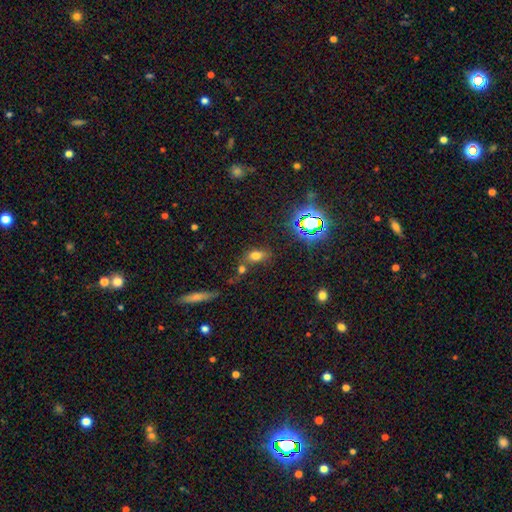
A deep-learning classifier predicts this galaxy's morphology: A smooth galaxy with no disk features (66%) that is in between round and cigar-shaped (80%). Merging: none (60%).